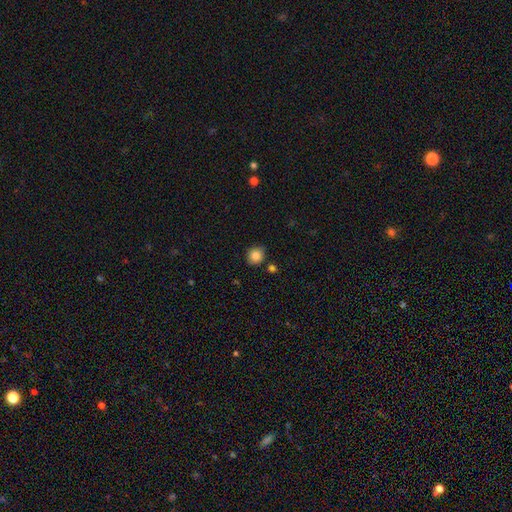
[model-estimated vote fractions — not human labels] The model was most divided on "how rounded": round: 84%, in between: 15%, cigar-shaped: 1%. More confident: smooth or featured — smooth (85%); merging — none (83%).